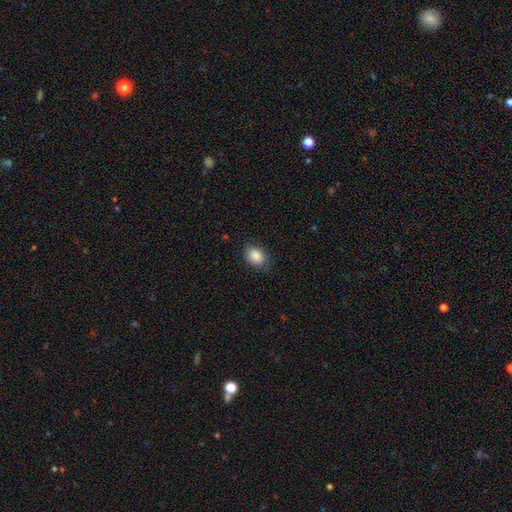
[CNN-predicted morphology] smooth_or_featured: smooth (p=0.87) [alt: star or artifact p=0.08]
how_rounded: in between (p=0.66) [alt: round p=0.33]
merging: none (p=0.78) [alt: minor disturbance p=0.17]